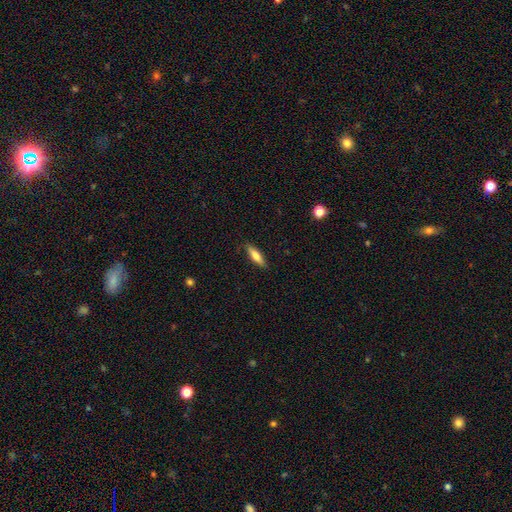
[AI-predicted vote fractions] Q: Smooth or featured?
A: smooth (67%); runner-up: featured or disk (27%)
Q: How rounded?
A: cigar-shaped (64%); runner-up: in between (34%)
Q: Merging?
A: none (86%); runner-up: minor disturbance (11%)